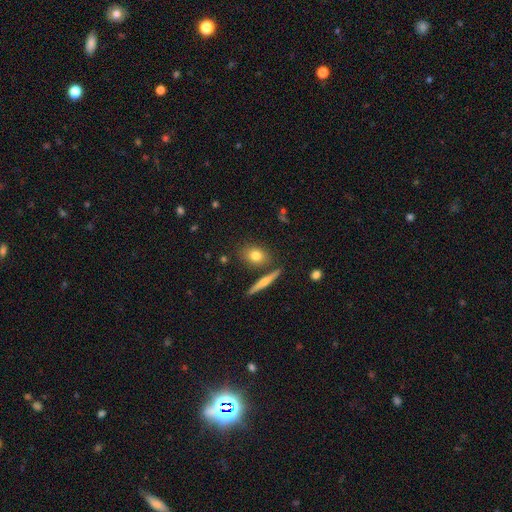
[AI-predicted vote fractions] Q: Smooth or featured?
A: smooth (75%); runner-up: featured or disk (16%)
Q: How rounded?
A: in between (56%); runner-up: round (36%)
Q: Merging?
A: none (76%); runner-up: minor disturbance (11%)